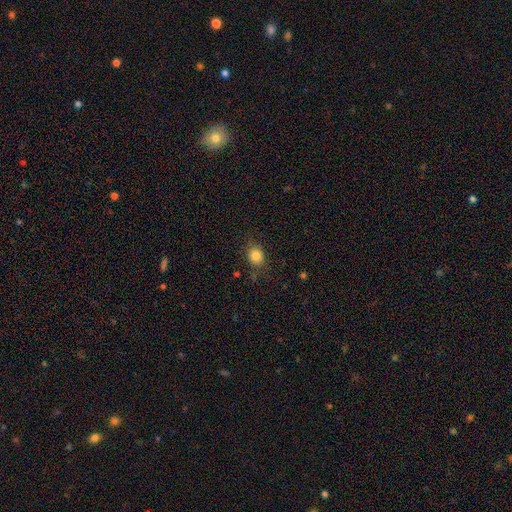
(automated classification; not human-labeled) smooth 83%, star or artifact 11%, featured or disk 6%. Down the decision tree: how rounded — round (63%); merging — none (80%).